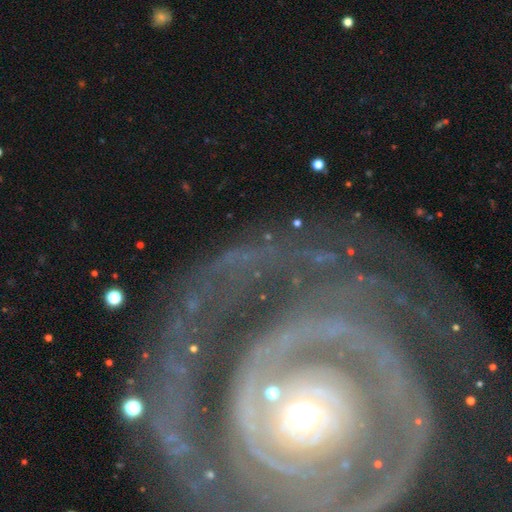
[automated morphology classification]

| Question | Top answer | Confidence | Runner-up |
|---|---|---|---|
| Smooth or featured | featured or disk | 86% | star or artifact (7%) |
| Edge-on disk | no | 96% | yes (4%) |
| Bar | no | 63% | strong (19%) |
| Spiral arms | yes | 90% | no (10%) |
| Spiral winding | tight | 71% | medium (21%) |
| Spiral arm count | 2 | 29% | can't tell (25%) |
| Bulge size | moderate | 48% | small (41%) |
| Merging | none | 64% | major disturbance (18%) |